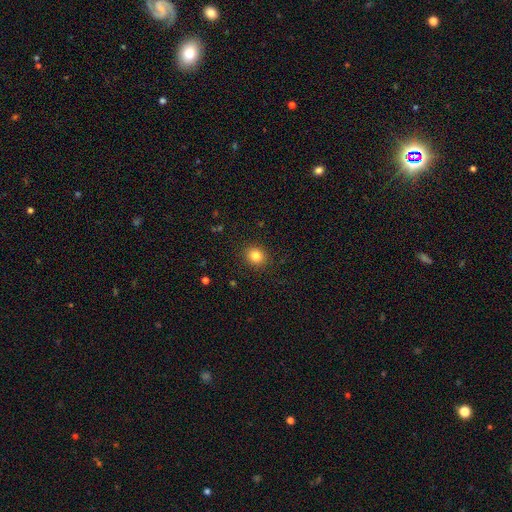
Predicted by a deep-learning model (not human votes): Smooth or featured?
  - smooth: 83% *
  - star or artifact: 11%
  - featured or disk: 6%
How rounded?
  - round: 77% *
  - in between: 22%
  - cigar-shaped: 1%
Merging?
  - none: 90% *
  - minor disturbance: 7%
  - major disturbance: 2%
  - merger: 1%